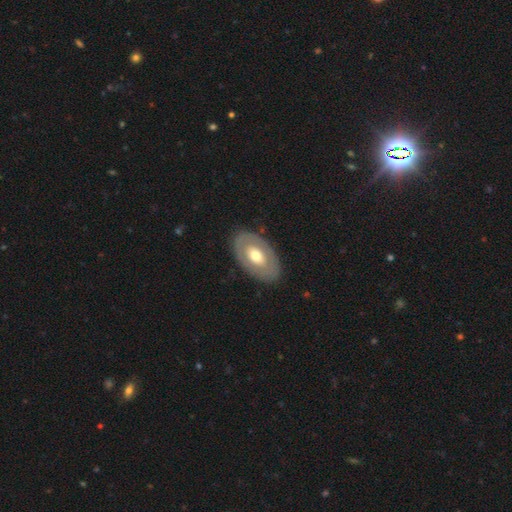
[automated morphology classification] Smooth or featured? Predicted: featured or disk (p=0.49). Merging? Predicted: none (p=0.84).